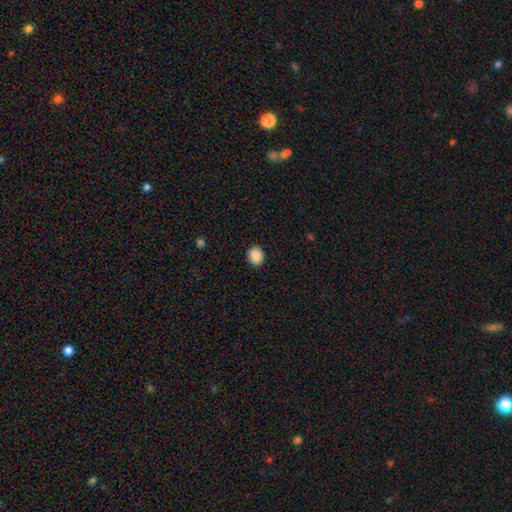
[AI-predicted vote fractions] A smooth galaxy with no disk features (89%) that is round (56%). Merging: none (90%).